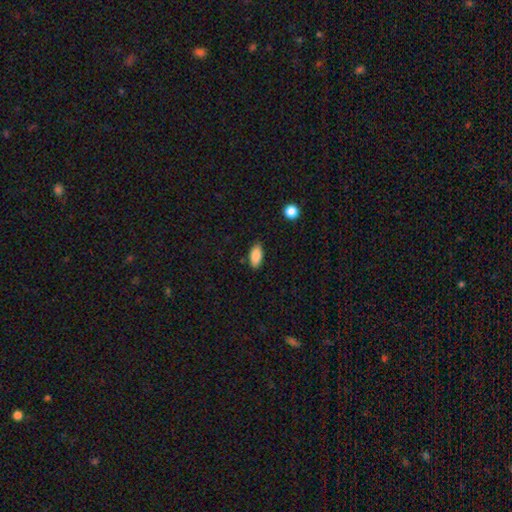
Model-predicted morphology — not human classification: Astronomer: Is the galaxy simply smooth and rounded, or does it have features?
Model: smooth — 86%.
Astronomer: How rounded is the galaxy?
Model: in between — 90%.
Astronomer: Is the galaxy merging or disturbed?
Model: none — 84%.